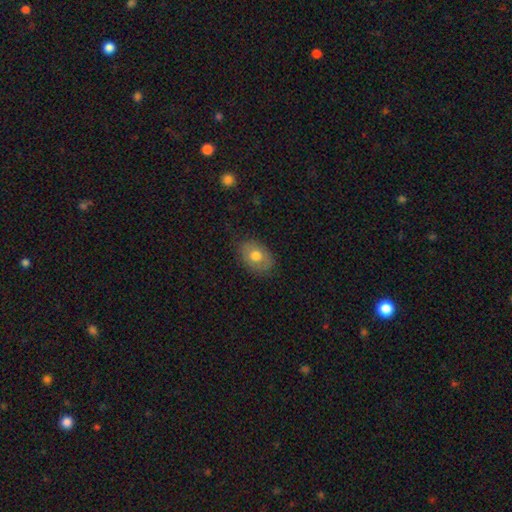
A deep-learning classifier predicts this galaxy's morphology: A smooth galaxy with no disk features (68%) that is in between round and cigar-shaped (77%).

Vote fractions:
- Smooth or featured? smooth: 68% / featured or disk: 24% / star or artifact: 8%
- How rounded? in between: 77% / round: 21% / cigar-shaped: 1%
- Merging? none: 79% / minor disturbance: 16% / major disturbance: 4% / merger: 1%